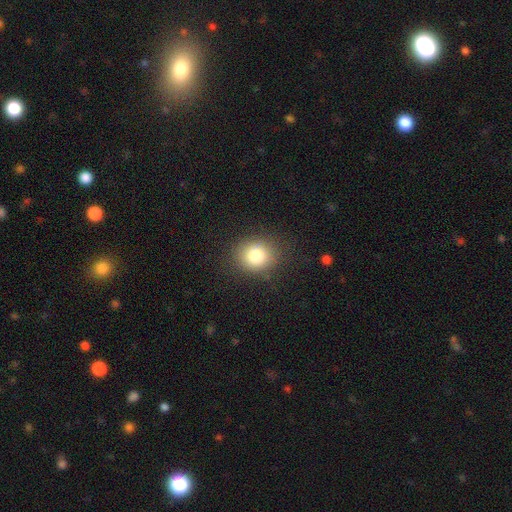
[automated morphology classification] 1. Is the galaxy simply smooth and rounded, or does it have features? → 82% smooth, 11% star or artifact, 7% featured or disk.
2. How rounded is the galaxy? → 71% round, 29% in between, 1% cigar-shaped.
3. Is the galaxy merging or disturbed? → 85% none, 10% minor disturbance, 4% major disturbance, 1% merger.